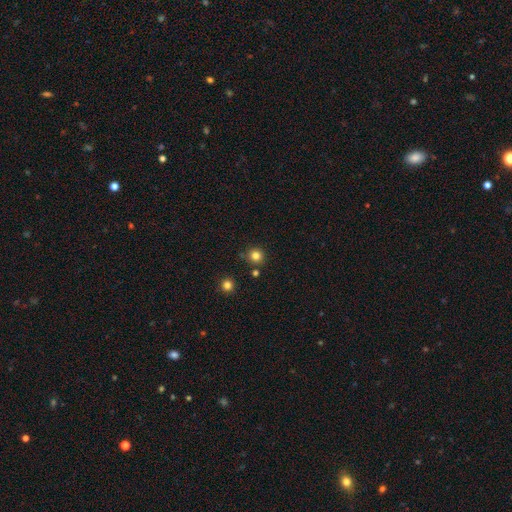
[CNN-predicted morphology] A smooth galaxy with no disk features (81%) that is round (93%). Merging: none (84%).